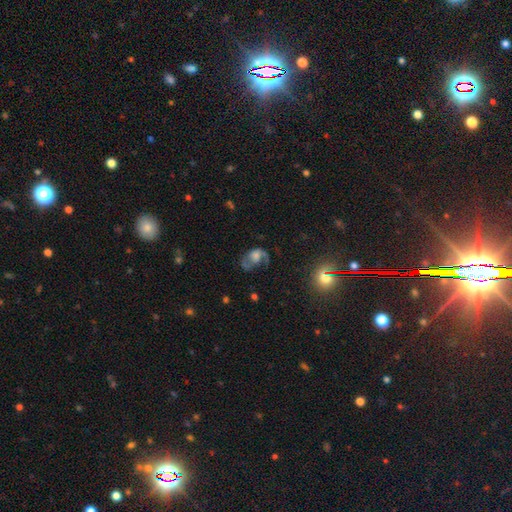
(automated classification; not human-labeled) This is possibly a featured or disk galaxy (56%). It is clearly not viewed edge-on (96%). Bar: likely no (74%). Spiral arm pattern: likely yes (71%). Central bulge: marginally moderate (27%, tied with large). Merging: marginally none (38%).